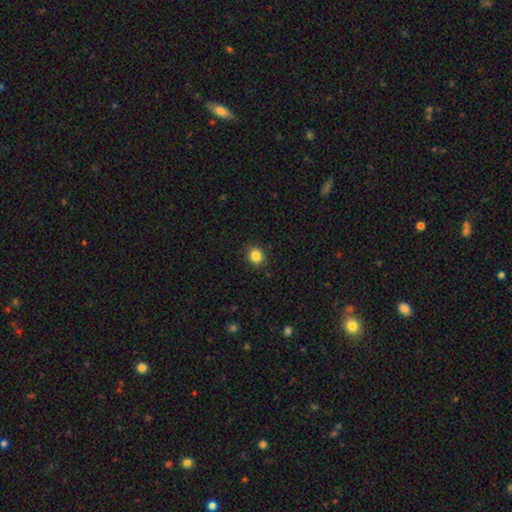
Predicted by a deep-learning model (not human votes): Morphology: type=smooth (85%); roundness=round (79%); merging=none (91%).